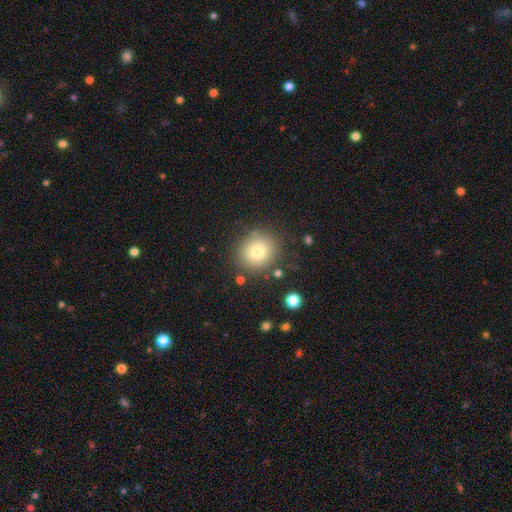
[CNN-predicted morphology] Smooth or featured: smooth — 78% (star or artifact — 11%)
How rounded: round — 78% (in between — 21%)
Merging: none — 82% (minor disturbance — 11%)